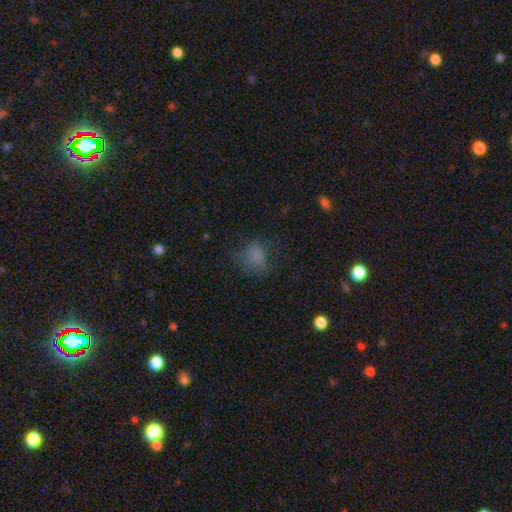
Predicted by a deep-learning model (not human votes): smooth 75%, star or artifact 16%, featured or disk 9%. Down the decision tree: how rounded — in between (50%); merging — none (57%).